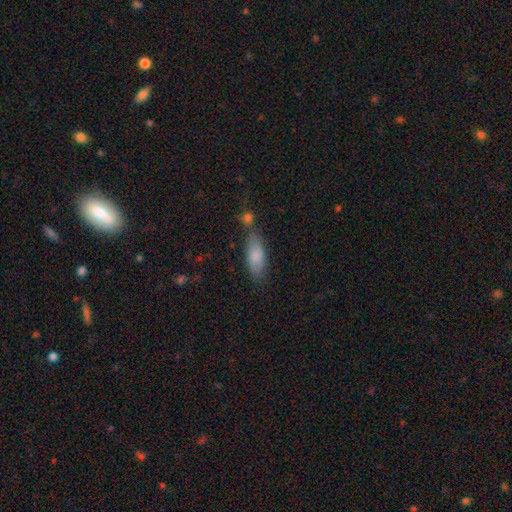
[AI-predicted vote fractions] smooth_or_featured: smooth (p=0.82) [alt: featured or disk p=0.11]
how_rounded: in between (p=0.73) [alt: cigar-shaped p=0.24]
merging: none (p=0.61) [alt: minor disturbance p=0.19]